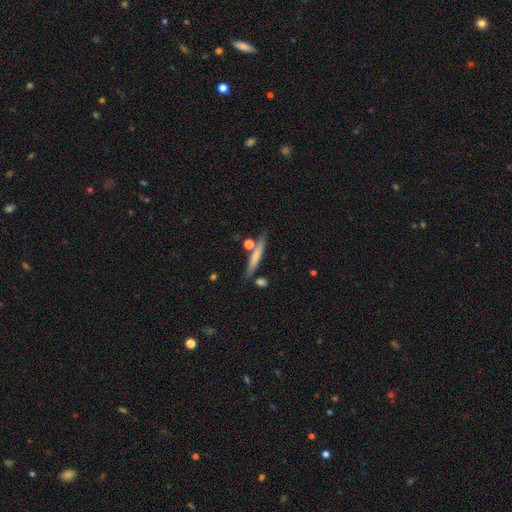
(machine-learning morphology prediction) Smooth or featured: smooth — 65% (featured or disk — 28%)
How rounded: cigar-shaped — 90% (in between — 7%)
Merging: none — 75% (minor disturbance — 12%)